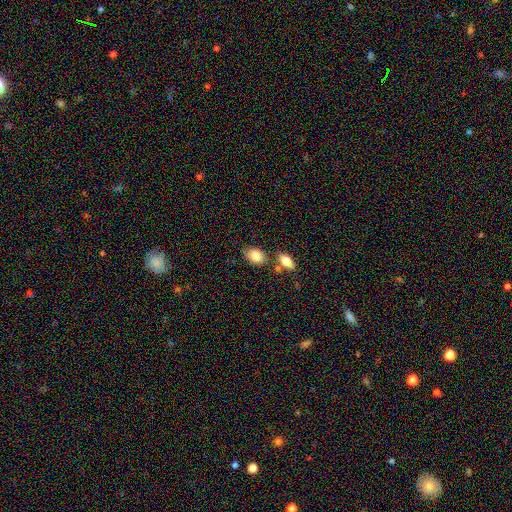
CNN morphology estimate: This appears to be a smooth galaxy with no disk features (84%) that is in between round and cigar-shaped (82%). Merging: none (67%).